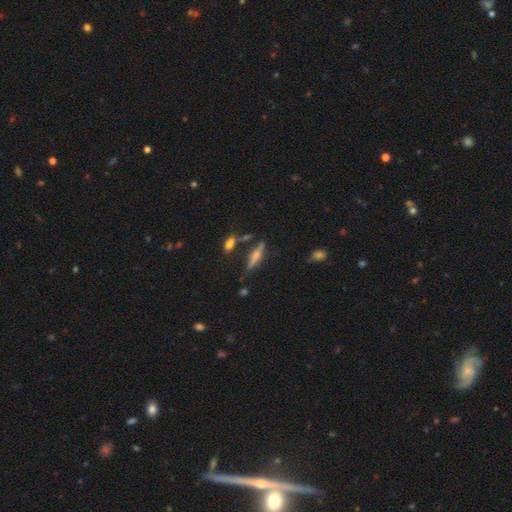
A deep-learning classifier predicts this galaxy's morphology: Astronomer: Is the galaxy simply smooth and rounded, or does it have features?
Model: featured or disk — 46% (runner-up: smooth, 45%).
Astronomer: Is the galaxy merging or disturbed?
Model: none — 69%.